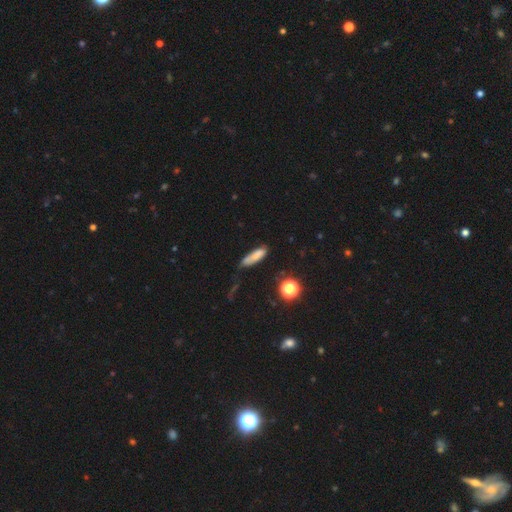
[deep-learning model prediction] smooth 73%, featured or disk 15%, star or artifact 12%. Down the decision tree: how rounded — cigar-shaped (60%); merging — none (54%).